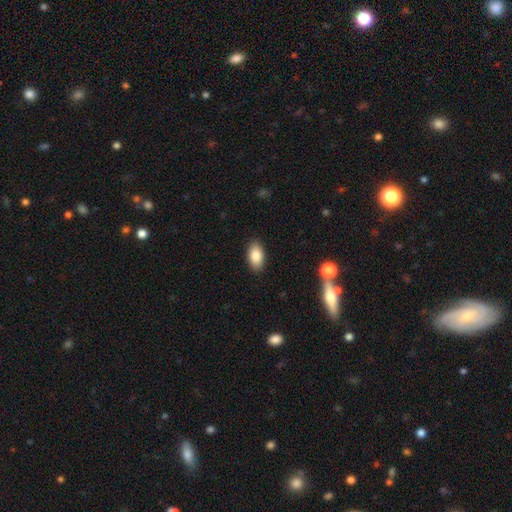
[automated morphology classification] Overall: smooth (85%). How rounded: in between (93%). Merging: none (88%).